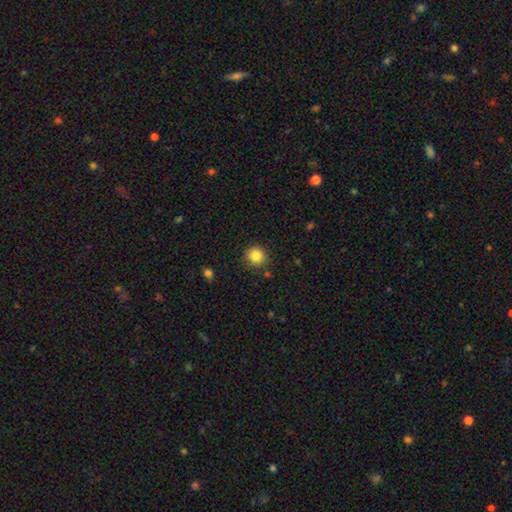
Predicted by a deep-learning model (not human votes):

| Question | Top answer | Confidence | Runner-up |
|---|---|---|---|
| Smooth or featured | smooth | 84% | star or artifact (11%) |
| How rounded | round | 92% | in between (7%) |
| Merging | none | 88% | minor disturbance (8%) |